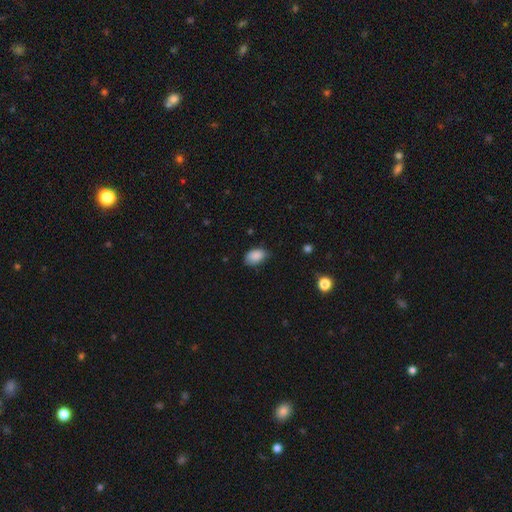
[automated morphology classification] A smooth galaxy with no disk features (87%) that is in between round and cigar-shaped (90%).

Vote fractions:
- Smooth or featured? smooth: 87% / star or artifact: 8% / featured or disk: 5%
- How rounded? in between: 90% / round: 9% / cigar-shaped: 1%
- Merging? none: 67% / minor disturbance: 27% / major disturbance: 4% / merger: 1%